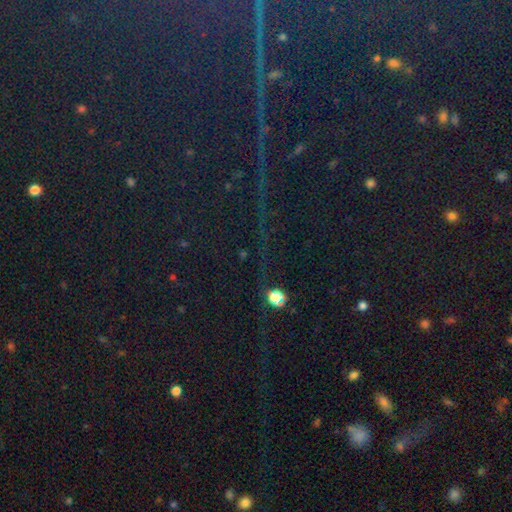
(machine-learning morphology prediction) A star or artifact, not a galaxy (85%).